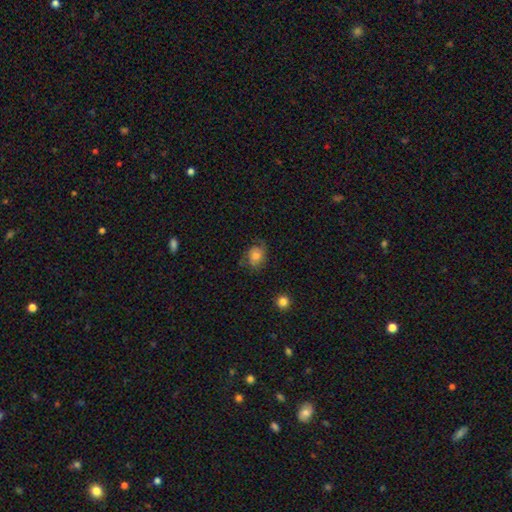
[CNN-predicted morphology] Smooth or featured? Predicted: smooth (p=0.58). How rounded? Predicted: in between (p=0.54). Merging? Predicted: none (p=0.60).